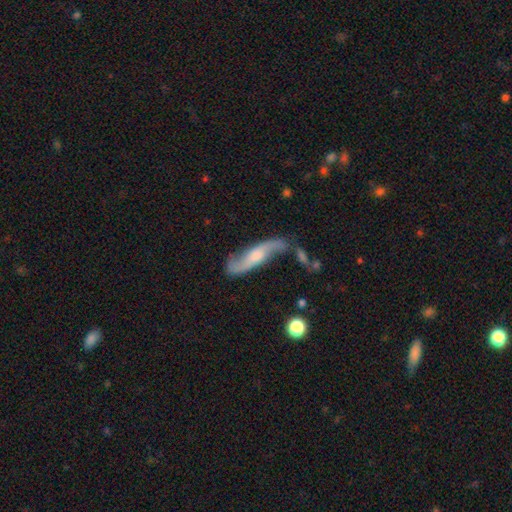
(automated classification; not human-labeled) Q: Smooth or featured?
A: featured or disk (80%); runner-up: smooth (15%)
Q: Edge-on disk?
A: no (80%); runner-up: yes (20%)
Q: Bar?
A: no (54%); runner-up: weak (34%)
Q: Spiral arms?
A: yes (94%); runner-up: no (6%)
Q: Spiral winding?
A: loose (76%); runner-up: medium (18%)
Q: Spiral arm count?
A: 2 (92%); runner-up: can't tell (3%)
Q: Bulge size?
A: moderate (48%); runner-up: small (35%)
Q: Merging?
A: none (65%); runner-up: minor disturbance (19%)